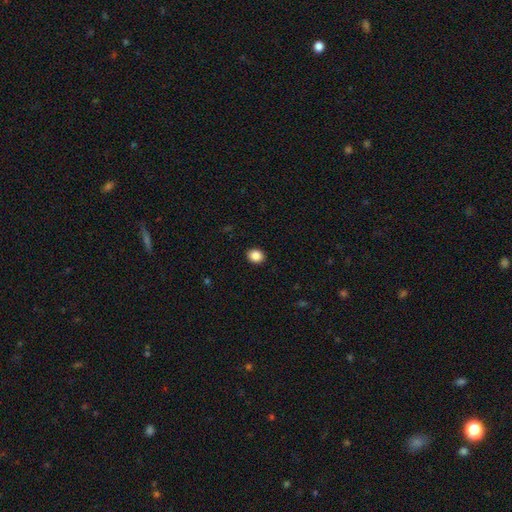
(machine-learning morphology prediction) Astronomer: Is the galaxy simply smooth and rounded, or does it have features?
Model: smooth — 87%.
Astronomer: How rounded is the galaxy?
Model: round — 58% (runner-up: in between, 41%).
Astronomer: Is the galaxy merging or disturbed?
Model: none — 92%.